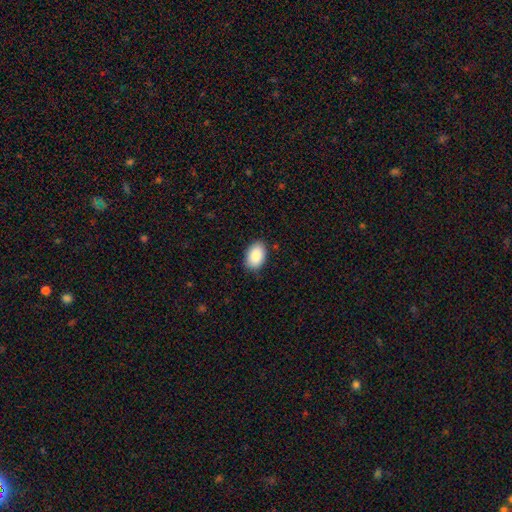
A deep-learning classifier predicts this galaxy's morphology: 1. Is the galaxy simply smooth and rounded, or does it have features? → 89% smooth, 6% star or artifact, 4% featured or disk.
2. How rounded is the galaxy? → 90% in between, 9% round, 1% cigar-shaped.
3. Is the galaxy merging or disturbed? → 86% none, 11% minor disturbance, 2% major disturbance, 1% merger.